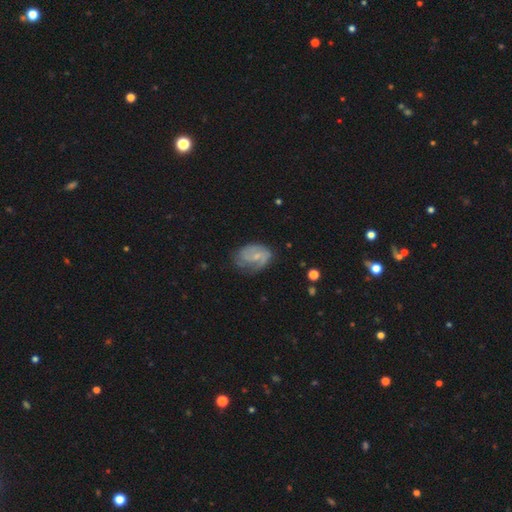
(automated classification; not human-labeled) Morphology: type=featured or disk (67%); edge-on=no (97%); bar=no (52%); spiral arms=yes (87%); winding=medium (42%); arm count=2 (53%); bulge=small (66%); merging=none (56%).